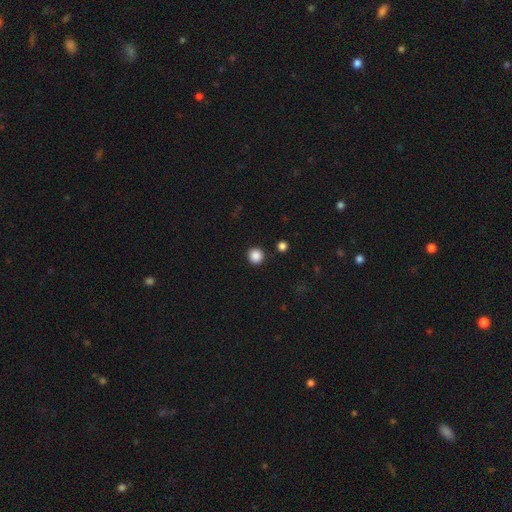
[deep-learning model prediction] The model was most divided on "smooth or featured": smooth: 87%, star or artifact: 10%, featured or disk: 3%. More confident: how rounded — round (94%); merging — none (91%).